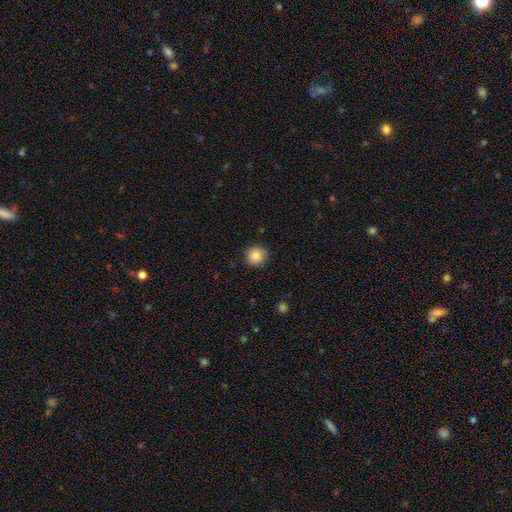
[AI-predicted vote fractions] A smooth galaxy with no disk features (86%) that is round (92%). Merging: none (87%).